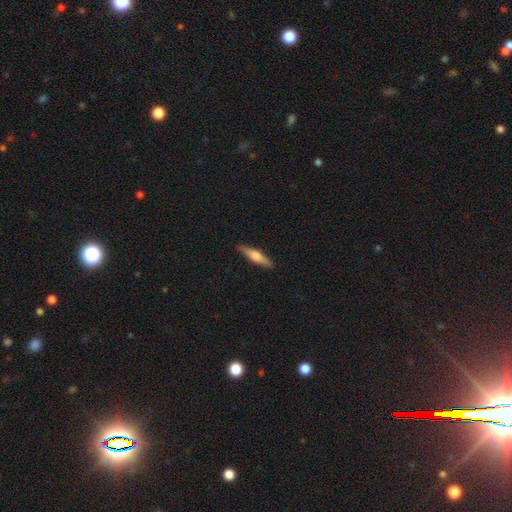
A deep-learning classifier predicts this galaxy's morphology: Smooth or featured? Predicted: smooth (p=0.49). Merging? Predicted: none (p=0.89).